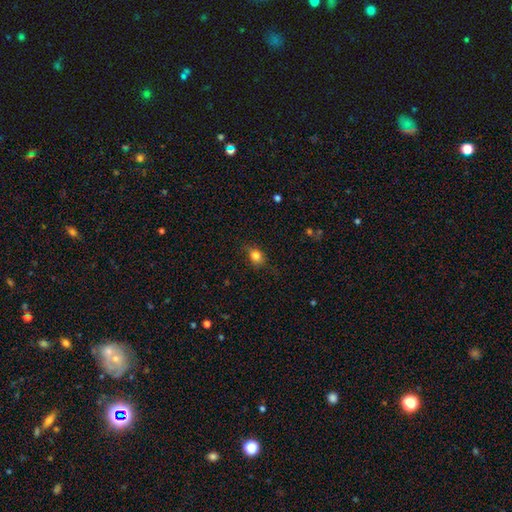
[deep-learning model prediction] smooth 82%, star or artifact 10%, featured or disk 8%. Down the decision tree: how rounded — in between (57%); merging — none (73%).